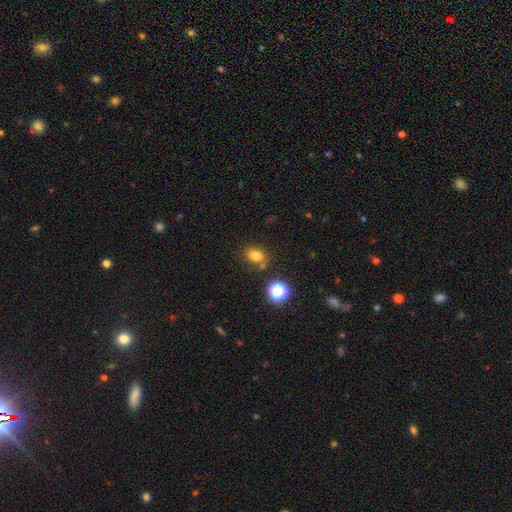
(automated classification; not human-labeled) smooth 77%, star or artifact 16%, featured or disk 8%. Down the decision tree: how rounded — in between (58%); merging — none (73%).